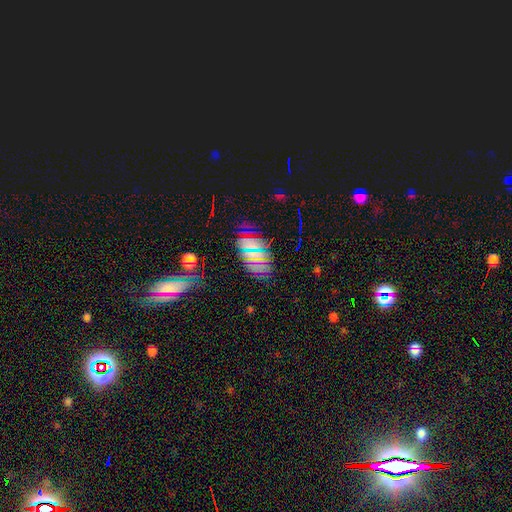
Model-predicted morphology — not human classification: star or artifact 45%, smooth 34%, featured or disk 21%.